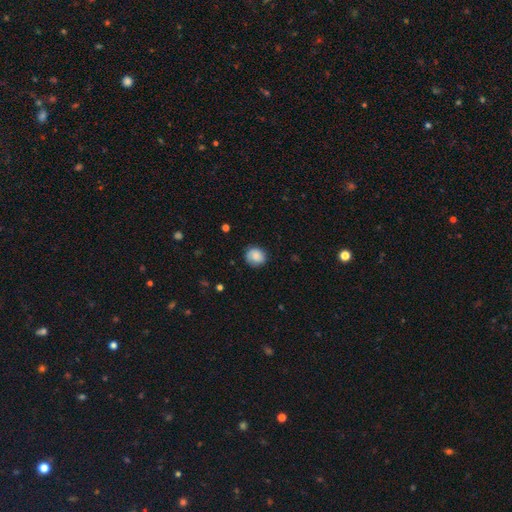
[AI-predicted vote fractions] A smooth galaxy with no disk features (77%) that is round (81%). Merging: none (77%).